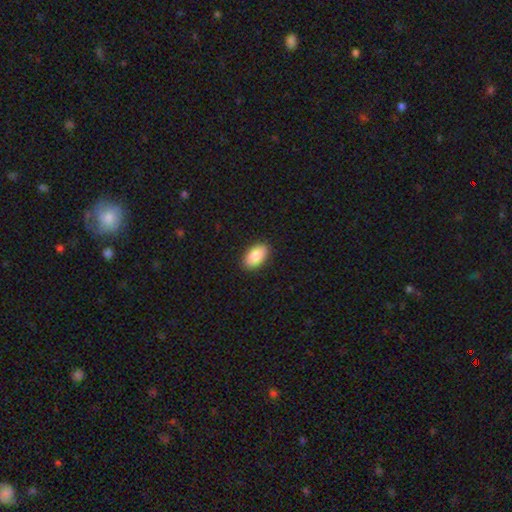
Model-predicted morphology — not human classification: smooth 87%, featured or disk 7%, star or artifact 6%. Down the decision tree: how rounded — in between (94%); merging — none (89%).